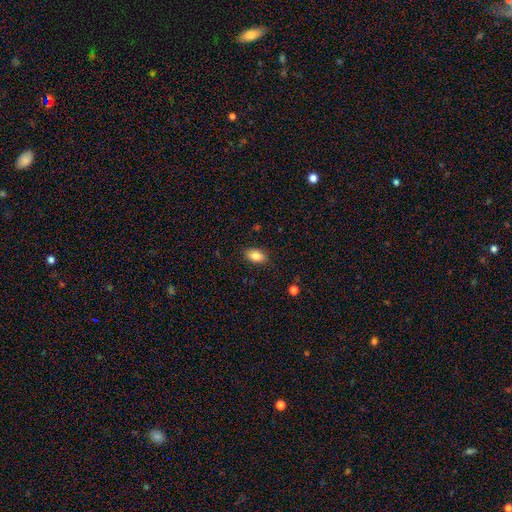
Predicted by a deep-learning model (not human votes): A smooth galaxy with no disk features (85%) that is in between round and cigar-shaped (90%). Merging: none (87%).